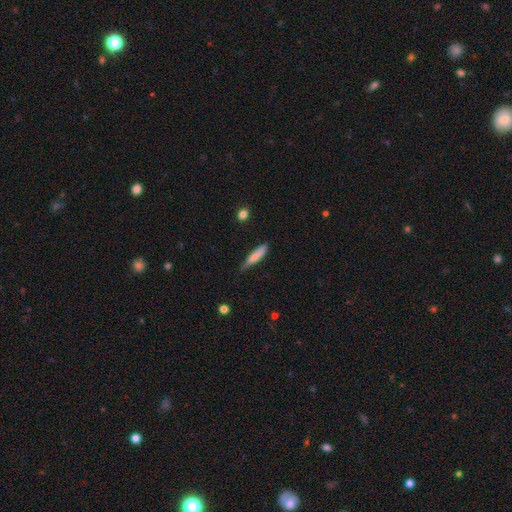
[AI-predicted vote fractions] This appears to be a smooth galaxy with no disk features (72%) that is cigar-shaped (80%). Merging: none (63%).